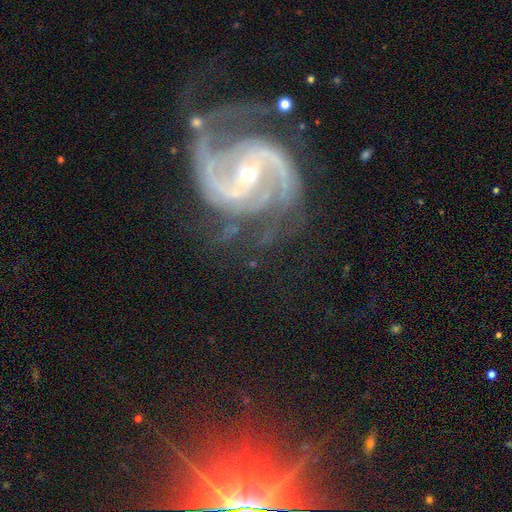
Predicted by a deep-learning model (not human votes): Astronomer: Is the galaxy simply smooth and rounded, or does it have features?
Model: featured or disk — 90%.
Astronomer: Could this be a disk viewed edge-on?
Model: no — 98%.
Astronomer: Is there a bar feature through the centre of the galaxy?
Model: strong — 35%, tied with weak at 35%.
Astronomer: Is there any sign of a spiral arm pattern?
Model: yes — 98%.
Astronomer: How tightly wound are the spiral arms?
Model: medium — 57%.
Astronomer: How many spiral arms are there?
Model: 2 — 80%.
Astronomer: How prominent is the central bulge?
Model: small — 56% (runner-up: moderate, 40%).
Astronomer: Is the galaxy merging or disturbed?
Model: none — 63%.